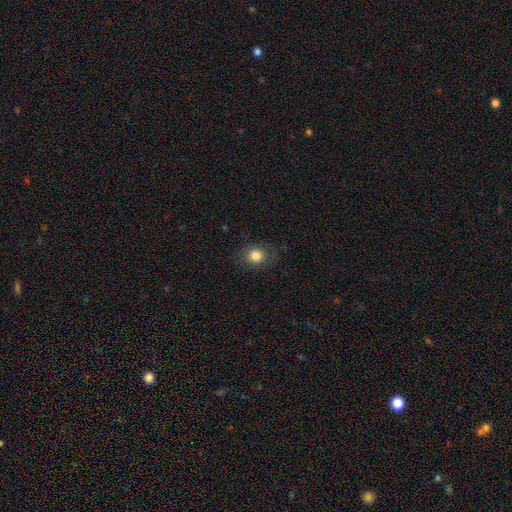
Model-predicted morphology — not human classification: This is clearly a smooth galaxy (81%). How rounded: likely round (64%). Merging: clearly none (81%).